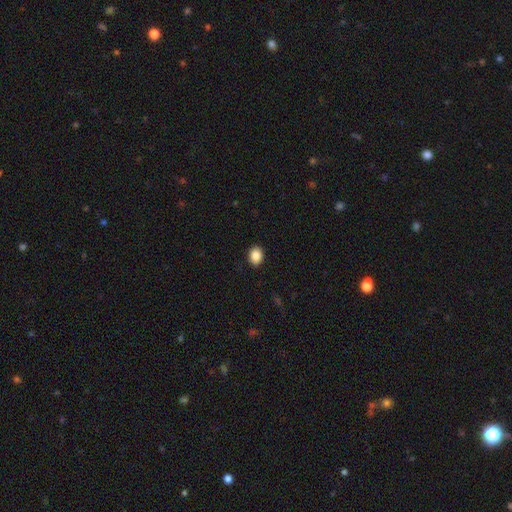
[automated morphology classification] Smooth or featured? Predicted: smooth (p=0.88). How rounded? Predicted: in between (p=0.54). Merging? Predicted: none (p=0.90).